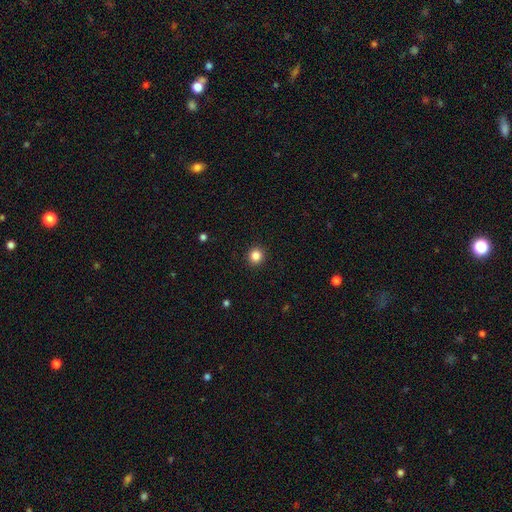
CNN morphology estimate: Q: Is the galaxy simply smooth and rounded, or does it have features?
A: smooth — 85%.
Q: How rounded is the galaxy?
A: round — 94%.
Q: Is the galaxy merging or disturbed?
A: none — 93%.